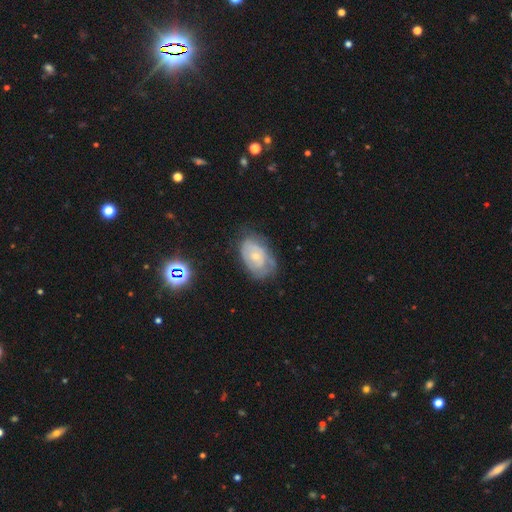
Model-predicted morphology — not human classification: Smooth or featured: featured or disk — 59% (smooth — 32%)
Edge-on disk: no — 96% (yes — 4%)
Bar: no — 79% (weak — 18%)
Spiral arms: yes — 63% (no — 37%)
Bulge size: small — 64% (moderate — 31%)
Merging: none — 55% (minor disturbance — 29%)